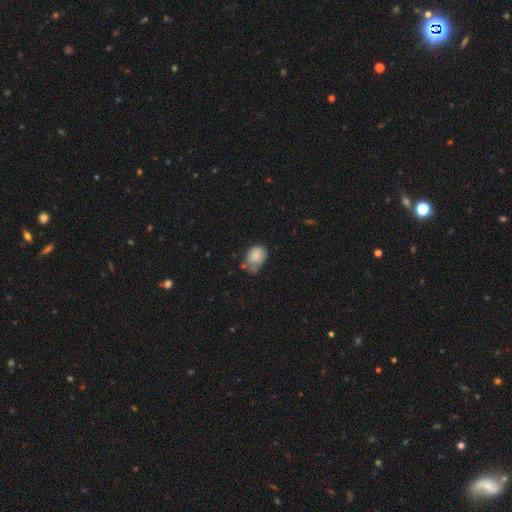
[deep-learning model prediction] This appears to be a smooth galaxy with no disk features (80%) that is in between round and cigar-shaped (64%). Merging: none (41%).